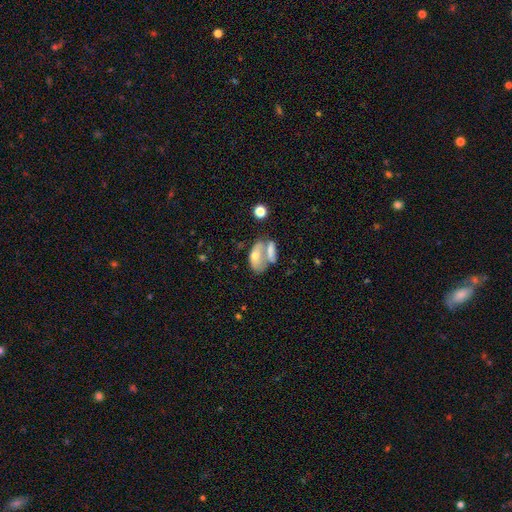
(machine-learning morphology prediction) Smooth or featured: smooth — 56% (featured or disk — 36%)
How rounded: in between — 85% (cigar-shaped — 8%)
Merging: merger — 59% (none — 21%)